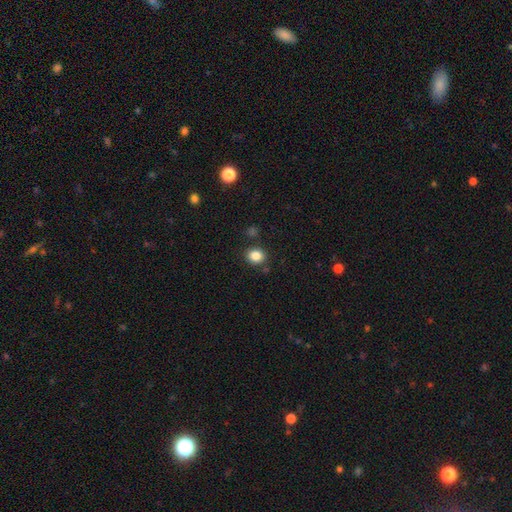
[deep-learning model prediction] The model was most divided on "how rounded": round: 66%, in between: 34%, cigar-shaped: 1%. More confident: smooth or featured — smooth (85%); merging — none (83%).